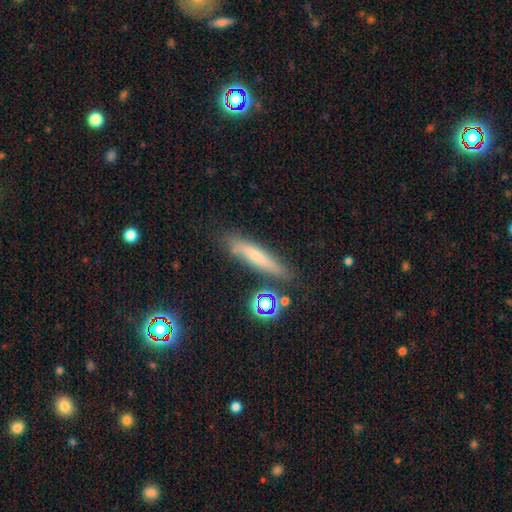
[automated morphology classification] This is possibly a smooth galaxy (59%). How rounded: clearly cigar-shaped (86%). Merging: likely none (78%).